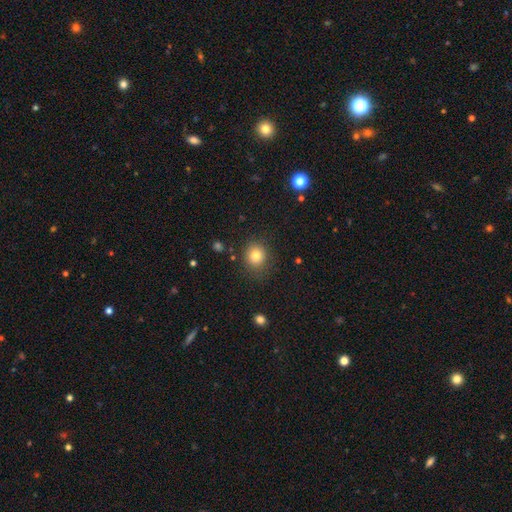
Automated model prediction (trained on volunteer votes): A smooth galaxy with no disk features (81%) that is round (83%).

Vote fractions:
- Smooth or featured? smooth: 81% / star or artifact: 12% / featured or disk: 7%
- How rounded? round: 83% / in between: 16% / cigar-shaped: 1%
- Merging? none: 84% / minor disturbance: 10% / major disturbance: 4% / merger: 2%